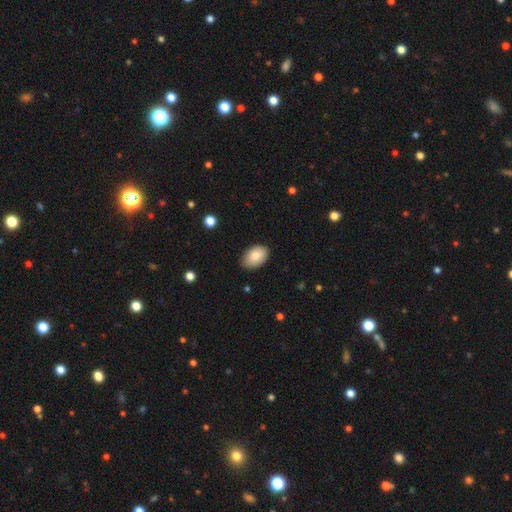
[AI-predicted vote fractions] smooth_or_featured: smooth (p=0.87) [alt: featured or disk p=0.07]
how_rounded: in between (p=0.91) [alt: round p=0.08]
merging: none (p=0.81) [alt: minor disturbance p=0.15]